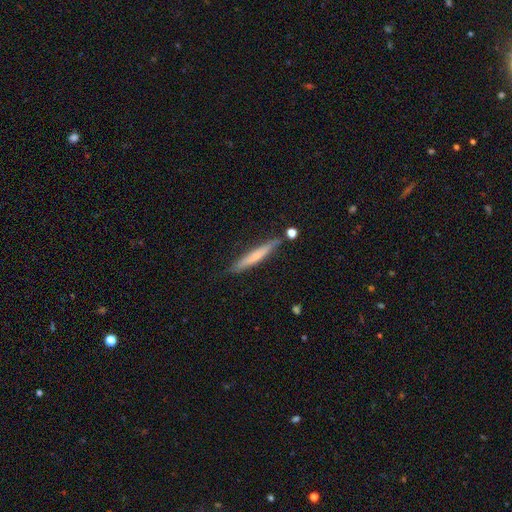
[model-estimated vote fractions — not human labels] smooth 60%, featured or disk 35%, star or artifact 6%. Down the decision tree: how rounded — cigar-shaped (95%); merging — none (80%).